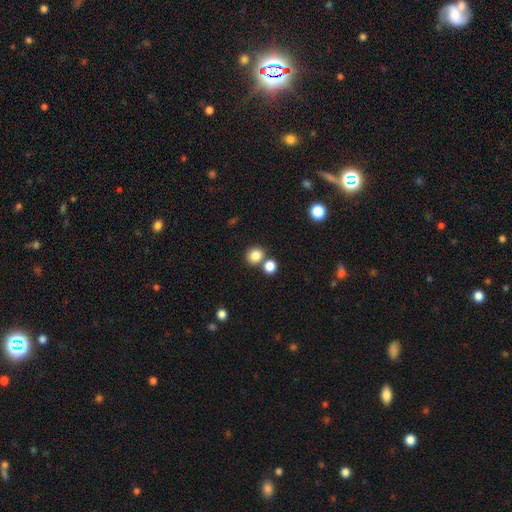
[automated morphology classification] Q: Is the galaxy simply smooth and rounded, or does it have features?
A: smooth — 84%.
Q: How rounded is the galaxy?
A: round — 81%.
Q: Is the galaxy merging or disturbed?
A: none — 65%.